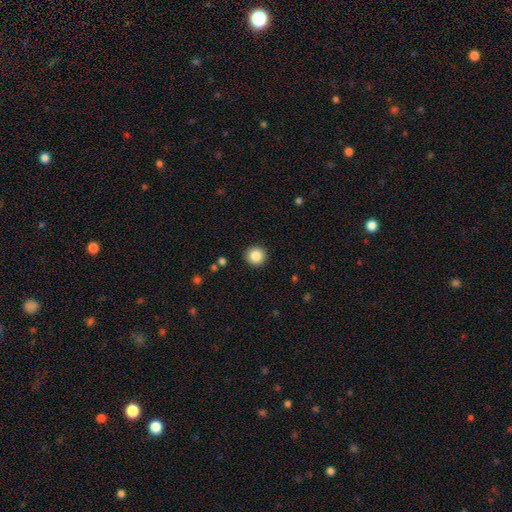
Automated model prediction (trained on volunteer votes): Smooth or featured? smooth (86%)
How rounded? round (95%)
Merging? none (92%)